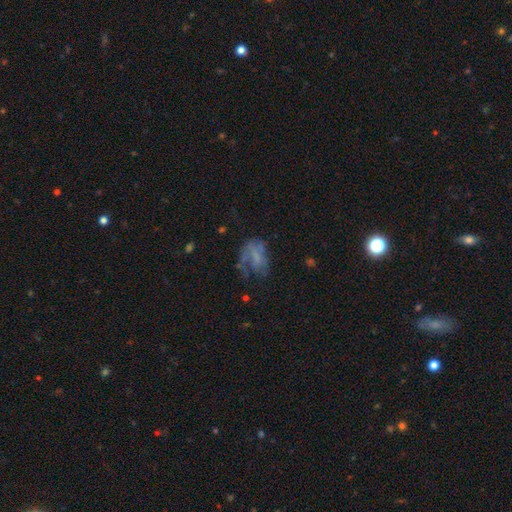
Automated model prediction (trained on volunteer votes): A featured or disk galaxy (45%). Merging: major disturbance (40%).